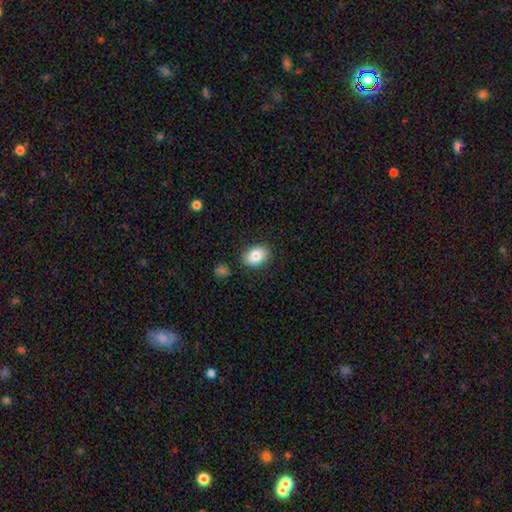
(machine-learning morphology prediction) A smooth galaxy with no disk features (83%) that is in between round and cigar-shaped (79%).

Vote fractions:
- Smooth or featured? smooth: 83% / featured or disk: 9% / star or artifact: 8%
- How rounded? in between: 79% / round: 20% / cigar-shaped: 1%
- Merging? none: 86% / minor disturbance: 9% / merger: 2% / major disturbance: 2%